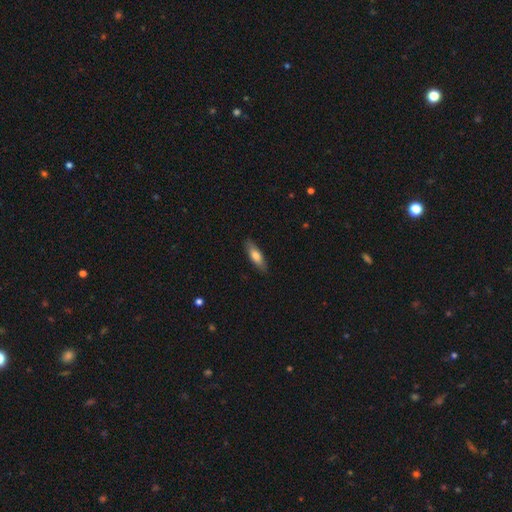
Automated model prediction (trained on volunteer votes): smooth-or-featured: smooth: 72% | featured or disk: 23% | star or artifact: 6%
  how-rounded: in between: 50% | cigar-shaped: 48% | round: 2%
  merging: none: 87% | minor disturbance: 10% | major disturbance: 2% | merger: 1%